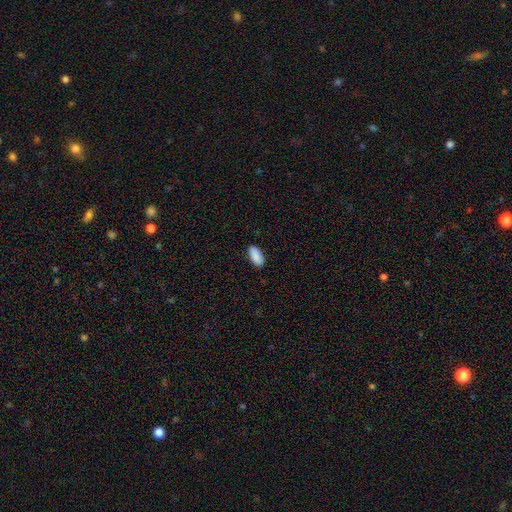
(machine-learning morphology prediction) Overall: smooth (90%). How rounded: in between (91%). Merging: none (88%).